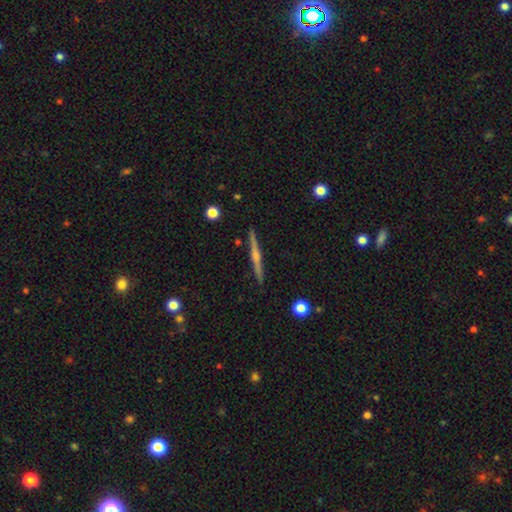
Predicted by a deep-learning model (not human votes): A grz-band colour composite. It shows a featured or disk galaxy (73%) viewed edge-on (98%) with a rounded central bulge (76%). Merging: none (92%).